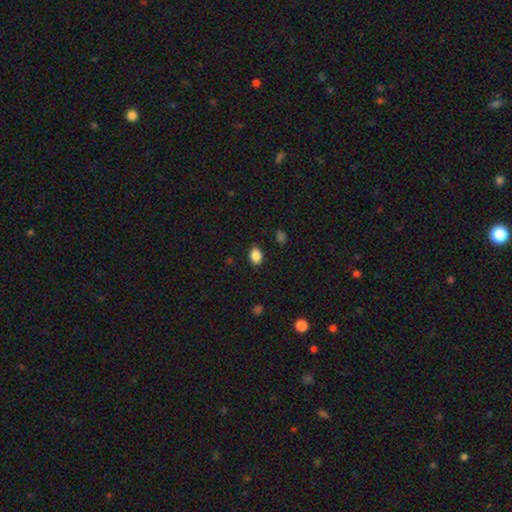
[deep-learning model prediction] Smooth or featured? Predicted: smooth (p=0.87). How rounded? Predicted: in between (p=0.74). Merging? Predicted: none (p=0.87).